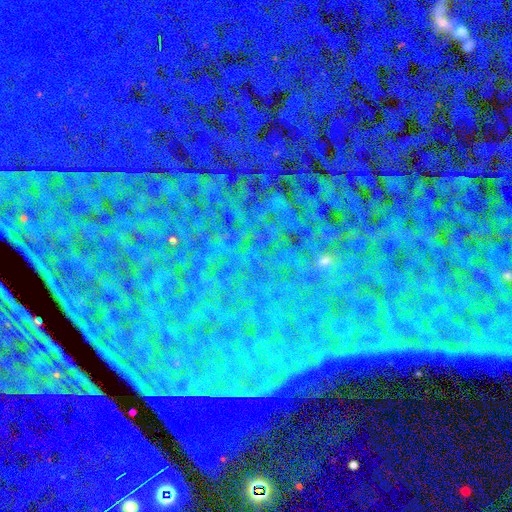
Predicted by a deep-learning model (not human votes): This is clearly a star or artifact rather than a galaxy (85%).